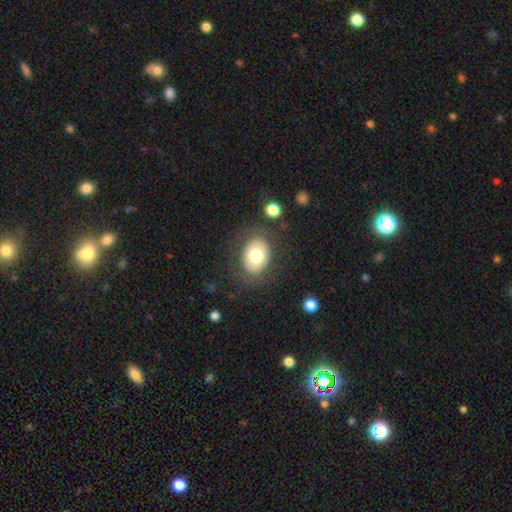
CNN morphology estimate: smooth 73%, featured or disk 19%, star or artifact 8%. Down the decision tree: how rounded — in between (67%); merging — none (80%).